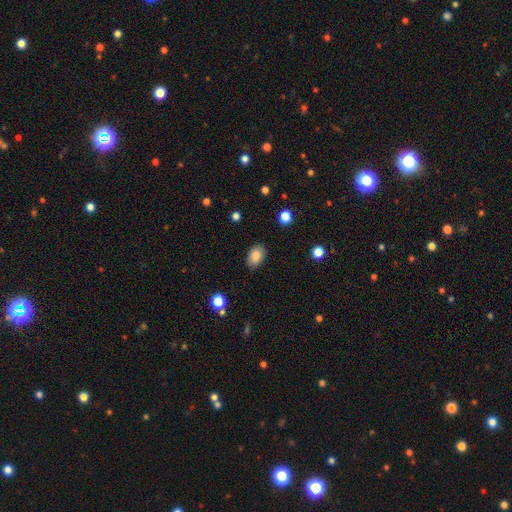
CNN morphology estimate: This appears to be a smooth galaxy with no disk features (87%) that is in between round and cigar-shaped (87%). Merging: none (87%).